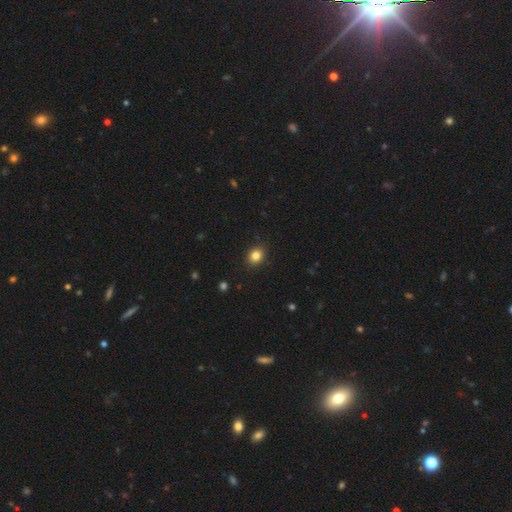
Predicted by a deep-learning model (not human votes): This appears to be a smooth galaxy with no disk features (84%) that is round (58%). Merging: none (90%).